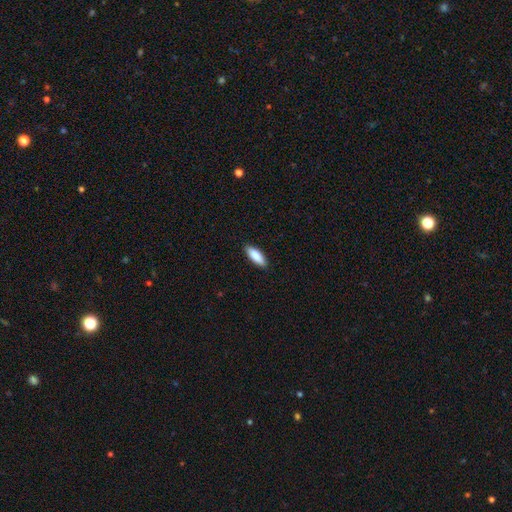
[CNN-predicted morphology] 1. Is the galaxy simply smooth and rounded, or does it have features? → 87% smooth, 8% featured or disk, 6% star or artifact.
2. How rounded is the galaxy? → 67% in between, 32% cigar-shaped, 2% round.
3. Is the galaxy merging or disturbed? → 89% none, 8% minor disturbance, 2% major disturbance, 1% merger.